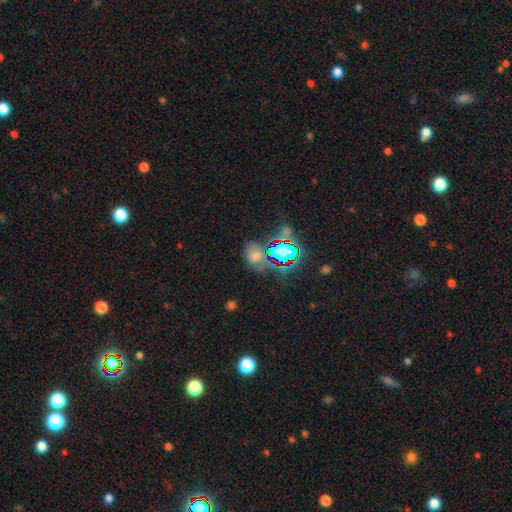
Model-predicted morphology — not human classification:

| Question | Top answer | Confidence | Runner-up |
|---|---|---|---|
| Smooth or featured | star or artifact | 50% | smooth (37%) |